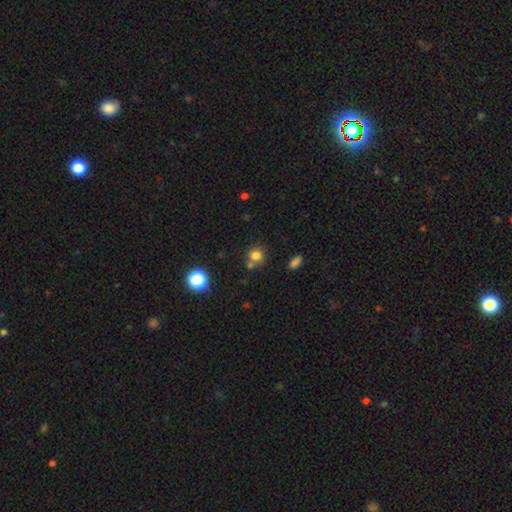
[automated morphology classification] Overall: smooth (78%). How rounded: round (86%). Merging: none (61%; merger 25%).